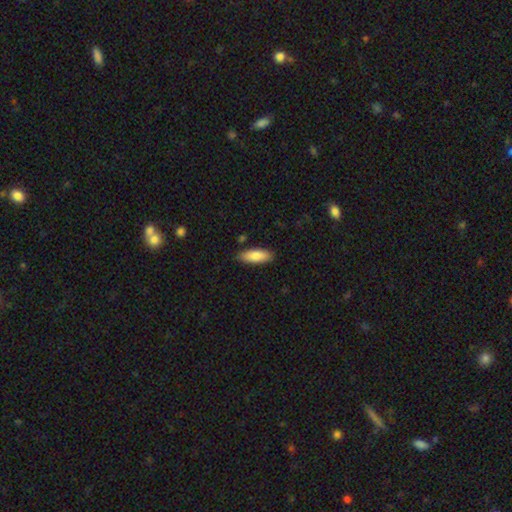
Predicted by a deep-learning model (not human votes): A smooth galaxy with no disk features (84%) that is in between round and cigar-shaped (68%). Merging: none (85%).